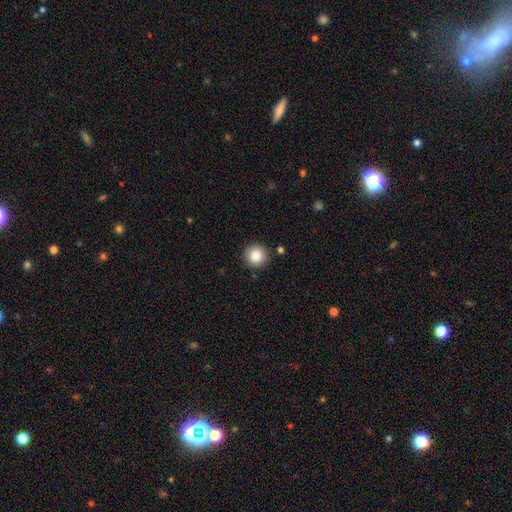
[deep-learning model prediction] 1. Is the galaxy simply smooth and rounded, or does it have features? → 85% smooth, 10% star or artifact, 5% featured or disk.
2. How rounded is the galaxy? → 95% round, 4% in between, 1% cigar-shaped.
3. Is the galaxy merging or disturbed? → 90% none, 6% minor disturbance, 2% major disturbance, 2% merger.